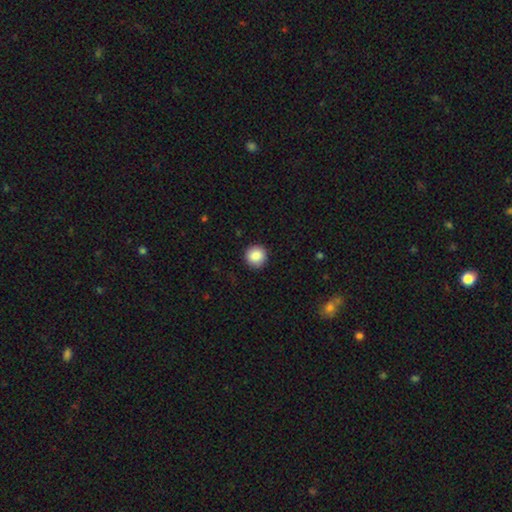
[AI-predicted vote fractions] smooth-or-featured: smooth: 88% | star or artifact: 8% | featured or disk: 3%
  how-rounded: round: 95% | in between: 4% | cigar-shaped: 1%
  merging: none: 92% | minor disturbance: 6% | major disturbance: 2% | merger: 1%